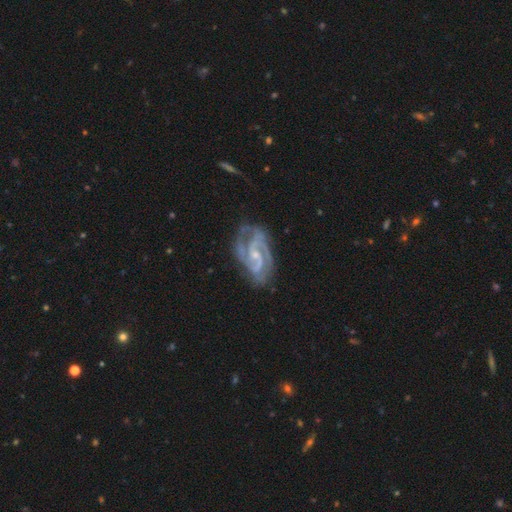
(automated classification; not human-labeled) This is clearly a featured or disk galaxy (91%). It is clearly not viewed edge-on (98%). Bar: possibly weak (46%). Spiral arm pattern: clearly yes (98%). Spiral arm count: likely 2 (61%). Spiral winding: possibly medium (53%). Central bulge: likely small (65%). Merging: likely none (69%).